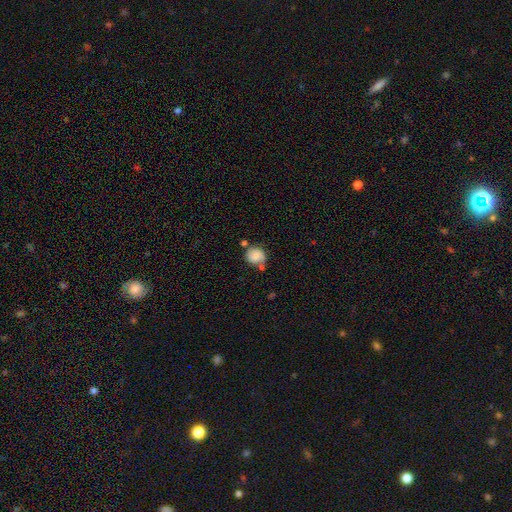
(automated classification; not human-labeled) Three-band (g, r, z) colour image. It shows a smooth galaxy with no disk features (78%) that is round (75%). Merging: none (54%).